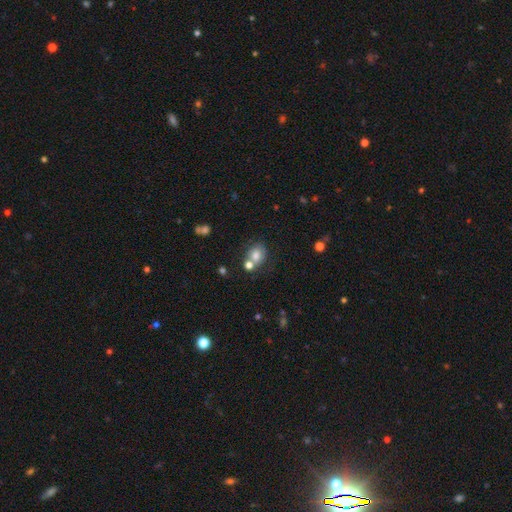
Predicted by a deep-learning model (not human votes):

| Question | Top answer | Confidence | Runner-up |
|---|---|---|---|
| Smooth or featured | smooth | 74% | featured or disk (14%) |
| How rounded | round | 57% | in between (42%) |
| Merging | none | 49% | merger (33%) |